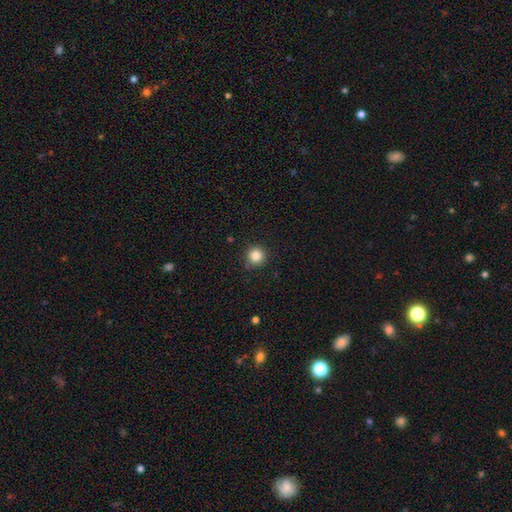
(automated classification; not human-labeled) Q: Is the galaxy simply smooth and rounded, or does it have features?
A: smooth — 84%.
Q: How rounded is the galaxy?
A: round — 95%.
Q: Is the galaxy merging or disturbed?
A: none — 88%.